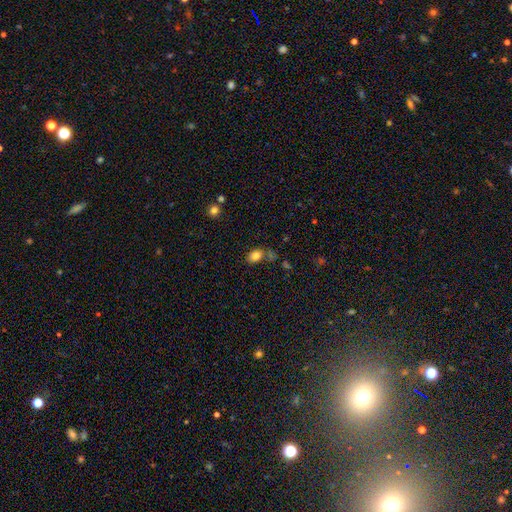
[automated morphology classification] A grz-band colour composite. It shows a smooth galaxy with no disk features (82%) that is in between round and cigar-shaped (72%). Merging: none (59%).